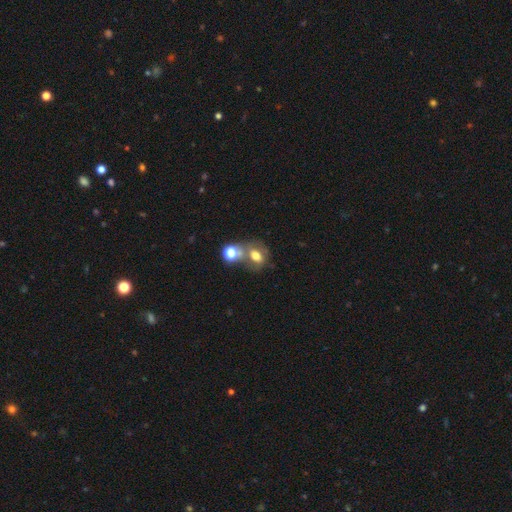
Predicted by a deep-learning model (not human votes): Smooth or featured? smooth (62%)
How rounded? in between (58%)
Merging? merger (42%)